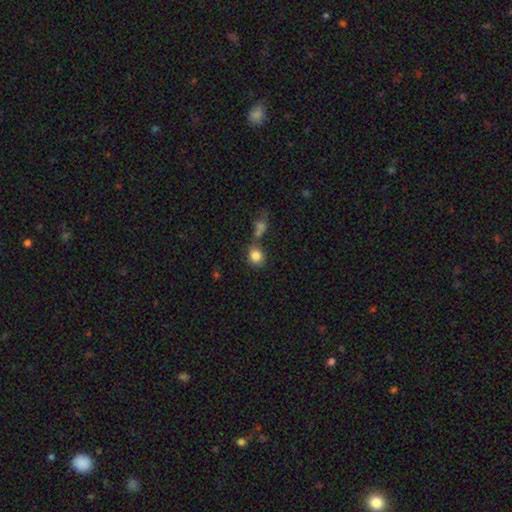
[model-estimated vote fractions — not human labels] Q: Smooth or featured?
A: smooth (83%); runner-up: star or artifact (10%)
Q: How rounded?
A: round (76%); runner-up: in between (23%)
Q: Merging?
A: none (59%); runner-up: merger (22%)